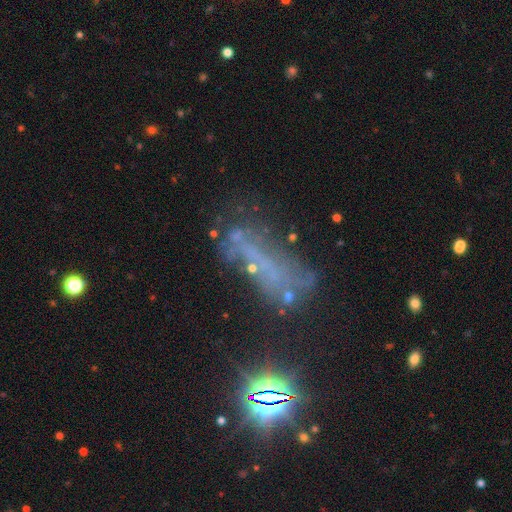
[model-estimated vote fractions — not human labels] A featured or disk galaxy (42%). Merging: none (41%).